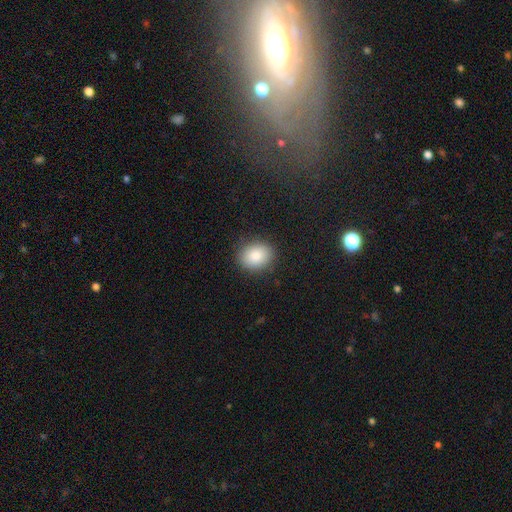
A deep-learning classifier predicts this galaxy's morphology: Smooth or featured? Predicted: smooth (p=0.86). How rounded? Predicted: round (p=0.51). Merging? Predicted: none (p=0.87).